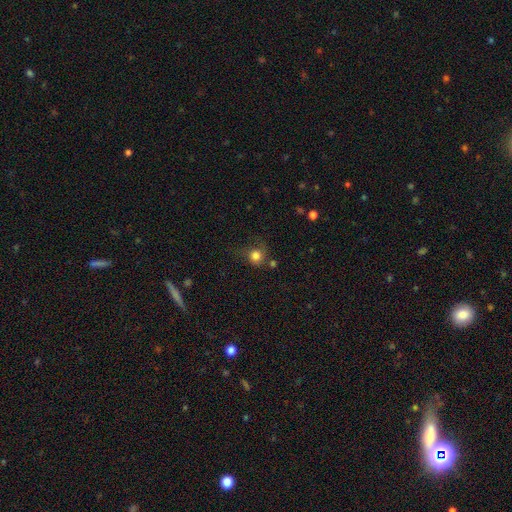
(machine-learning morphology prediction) A smooth galaxy with no disk features (80%) that is round (86%). Merging: none (52%).